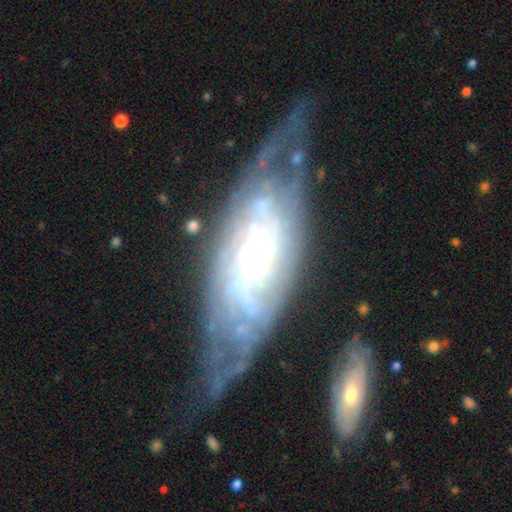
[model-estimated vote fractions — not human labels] The model was most divided on "bulge size": small: 45%, moderate: 32%, large: 12%, none: 8%, dominant: 3%. Remaining: edge-on disk — no (86%); spiral arms — yes (84%); smooth or featured — featured or disk (77%); bar — no (66%); spiral winding — tight (60%); spiral arm count — can't tell (59%); merging — none (47%).